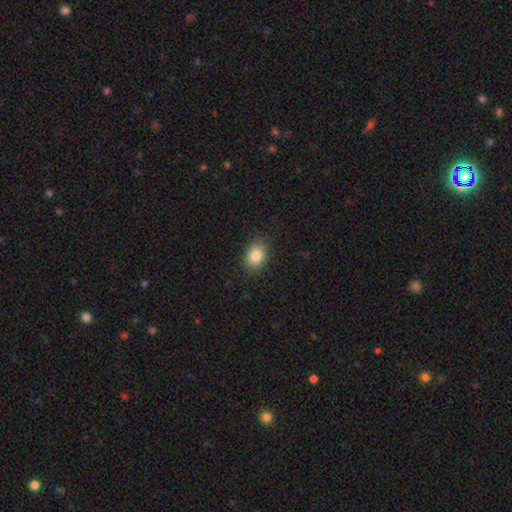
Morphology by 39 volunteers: Smooth or featured? smooth (90%)
How rounded? round (57%)
Merging? none (86%)